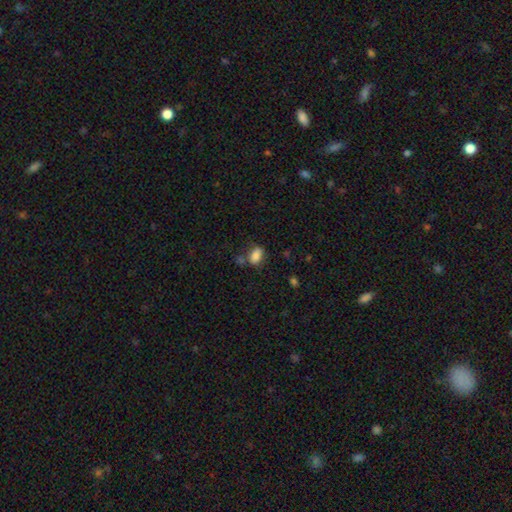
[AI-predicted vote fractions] A smooth galaxy with no disk features (83%) that is in between round and cigar-shaped (86%).

Vote fractions:
- Smooth or featured? smooth: 83% / star or artifact: 10% / featured or disk: 8%
- How rounded? in between: 86% / round: 11% / cigar-shaped: 3%
- Merging? none: 61% / minor disturbance: 20% / merger: 13% / major disturbance: 6%